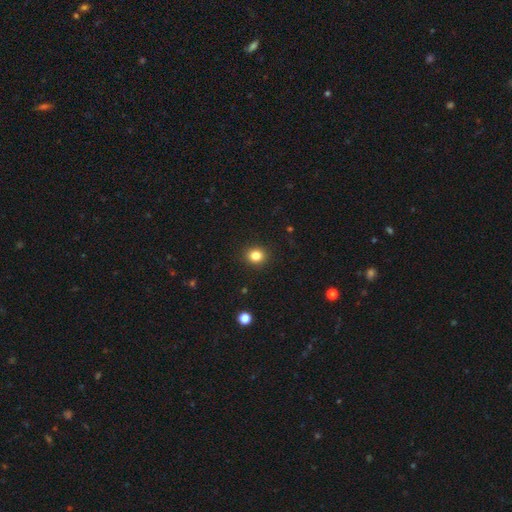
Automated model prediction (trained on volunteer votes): This is clearly a smooth galaxy (83%). How rounded: likely round (76%). Merging: clearly none (91%).